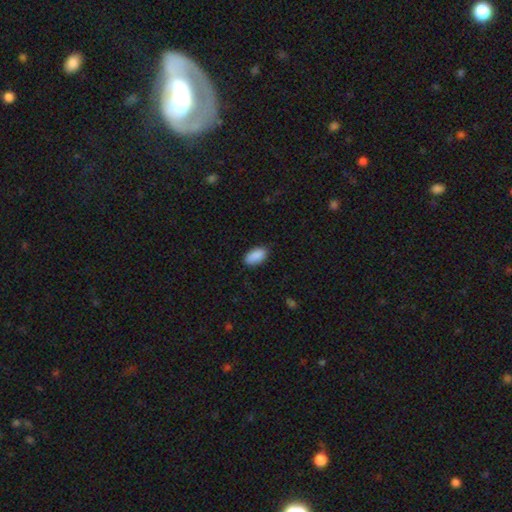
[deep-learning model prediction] Smooth or featured? Predicted: smooth (p=0.90). How rounded? Predicted: in between (p=0.94). Merging? Predicted: none (p=0.84).